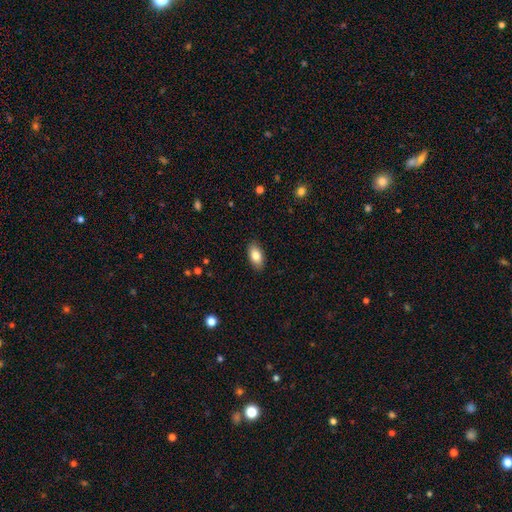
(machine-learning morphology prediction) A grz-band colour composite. It shows a smooth galaxy with no disk features (83%) that is in between round and cigar-shaped (92%). Merging: none (88%).